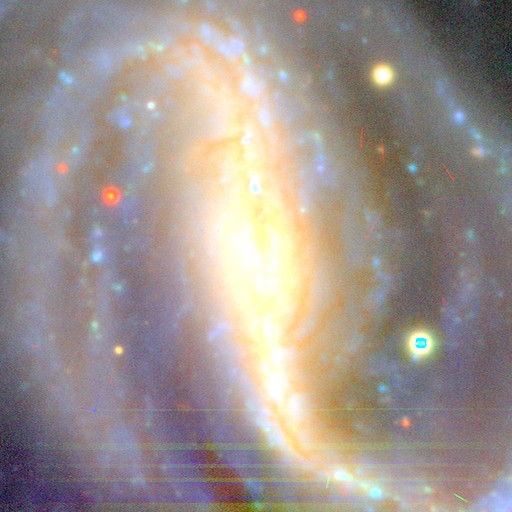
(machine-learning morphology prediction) The model was most divided on "spiral arm count": 2: 28%, can't tell: 19%, 3: 16%, 4: 13%, more than 4: 12%, 1: 11%. Remaining: spiral arms — yes (97%); edge-on disk — no (94%); smooth or featured — featured or disk (90%); merging — none (61%); bulge size — small (61%); bar — strong (57%); spiral winding — tight (49%).